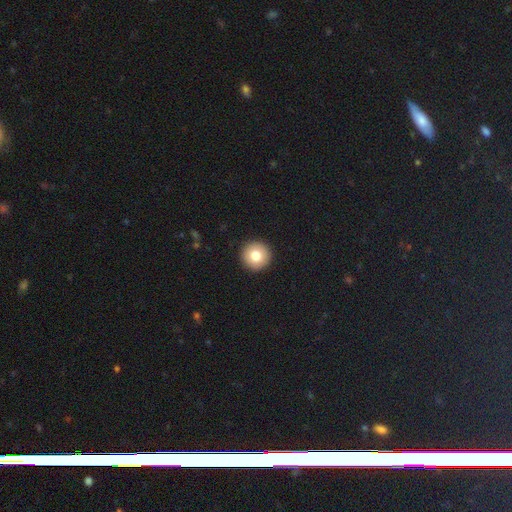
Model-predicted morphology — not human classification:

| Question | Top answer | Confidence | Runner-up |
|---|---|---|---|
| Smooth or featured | smooth | 79% | featured or disk (13%) |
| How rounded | round | 96% | in between (3%) |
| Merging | none | 94% | minor disturbance (4%) |